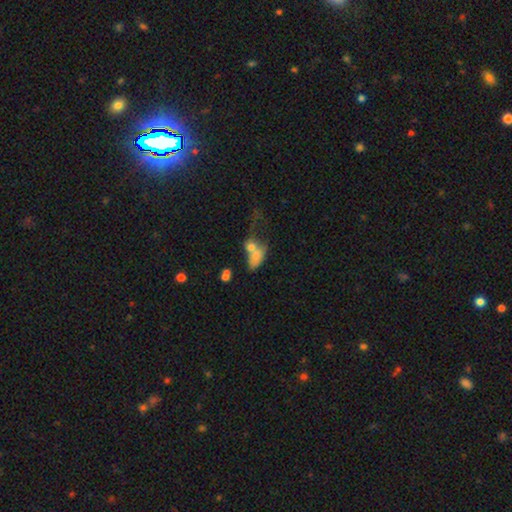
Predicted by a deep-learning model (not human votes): A smooth galaxy with no disk features (66%) that is in between round and cigar-shaped (82%). Merging: merger (54%).